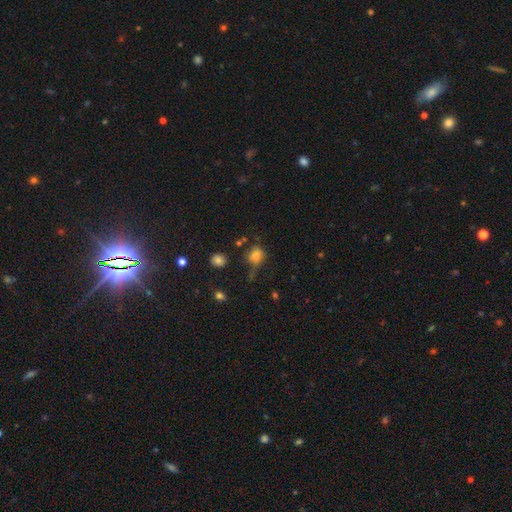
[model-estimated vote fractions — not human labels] This is likely a smooth galaxy (78%). How rounded: likely round (73%). Merging: possibly none (54%).